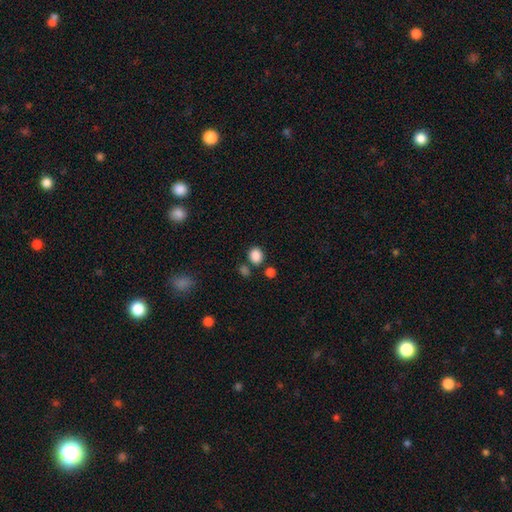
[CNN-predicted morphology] A smooth galaxy with no disk features (86%) that is round (57%).

Vote fractions:
- Smooth or featured? smooth: 86% / star or artifact: 10% / featured or disk: 3%
- How rounded? round: 57% / in between: 42% / cigar-shaped: 1%
- Merging? none: 74% / merger: 12% / minor disturbance: 11% / major disturbance: 4%